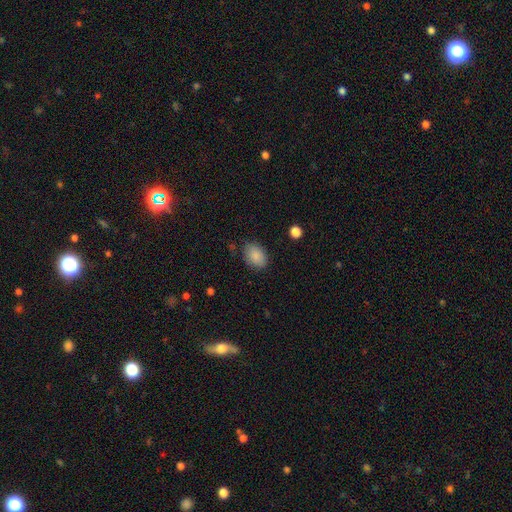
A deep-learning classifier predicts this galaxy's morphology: Smooth or featured? Predicted: smooth (p=0.87). How rounded? Predicted: in between (p=0.77). Merging? Predicted: none (p=0.80).